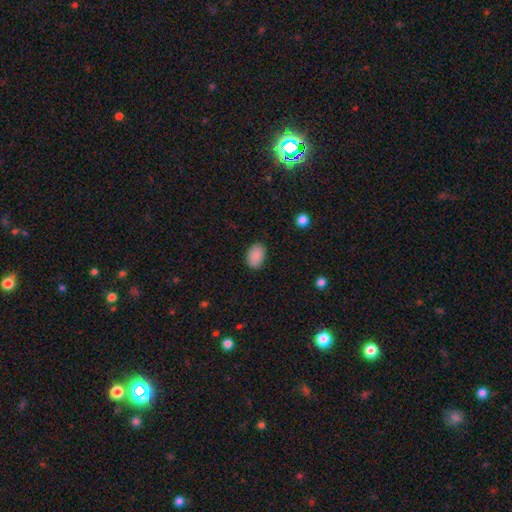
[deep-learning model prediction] Overall: smooth (89%). How rounded: in between (86%). Merging: none (85%).